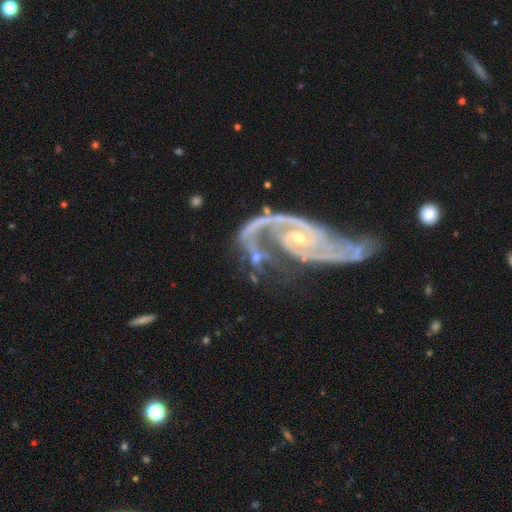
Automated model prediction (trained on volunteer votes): Overall: featured or disk (92%). Edge-on disk: no (98%). Bar: no (49%; weak 34%). Spiral arms: yes (98%). Spiral arm count: 2 (83%). Spiral winding: medium (50%; loose 29%). Bulge size: small (73%). Merging: none (40%; major disturbance 25%).